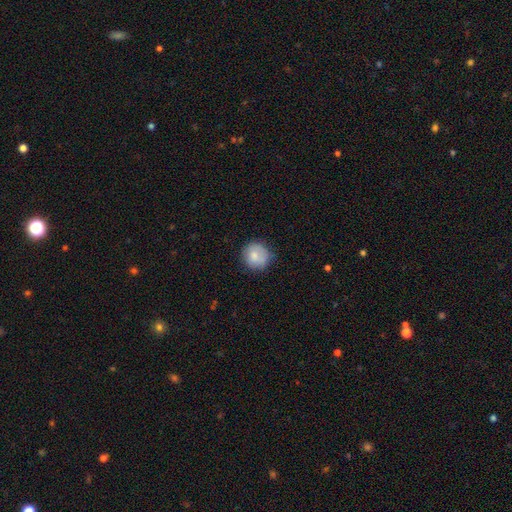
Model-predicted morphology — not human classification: smooth_or_featured: smooth (p=0.81) [alt: featured or disk p=0.11]
how_rounded: round (p=0.90) [alt: in between p=0.09]
merging: none (p=0.75) [alt: minor disturbance p=0.19]